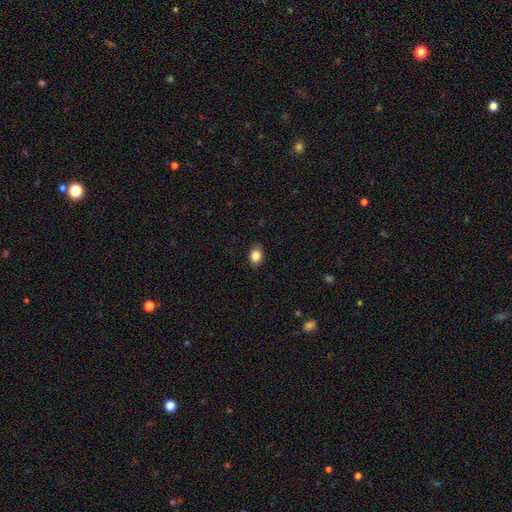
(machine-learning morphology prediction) Smooth or featured? smooth (85%)
How rounded? in between (68%)
Merging? none (86%)